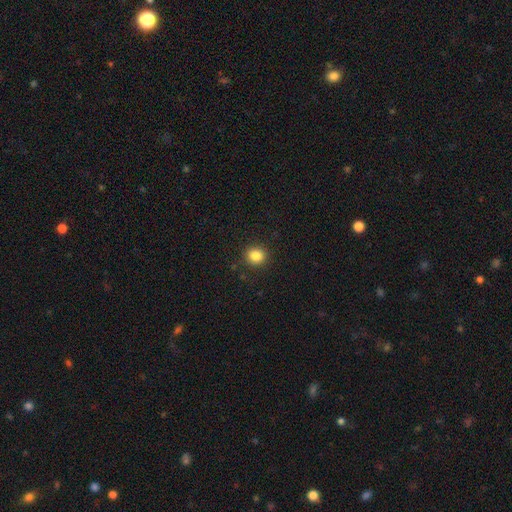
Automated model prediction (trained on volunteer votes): This appears to be a smooth galaxy with no disk features (84%) that is round (87%). Merging: none (91%).